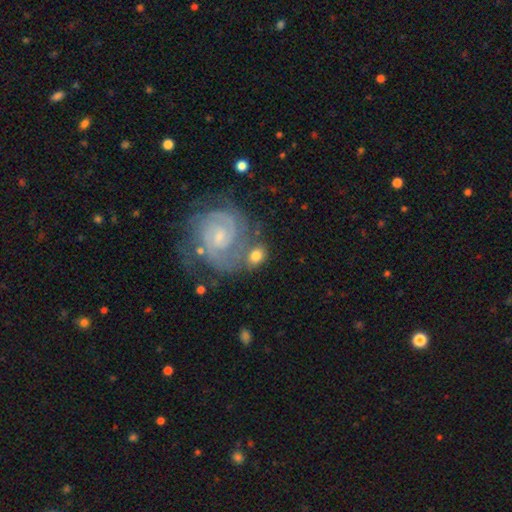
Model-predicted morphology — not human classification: Smooth or featured? featured or disk (50%)
Merging? none (58%)